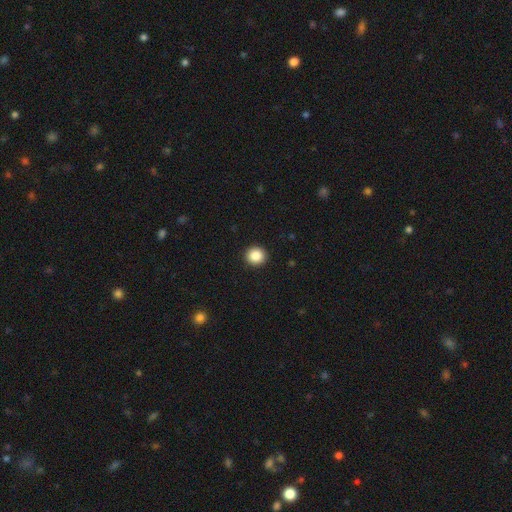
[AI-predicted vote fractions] A smooth galaxy with no disk features (87%) that is round (91%). Merging: none (93%).